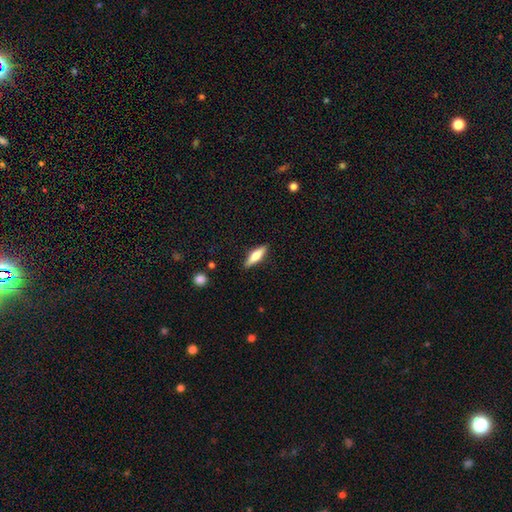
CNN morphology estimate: smooth-or-featured: smooth: 59% | featured or disk: 35% | star or artifact: 6%
  how-rounded: cigar-shaped: 60% | in between: 38% | round: 2%
  merging: none: 88% | minor disturbance: 9% | major disturbance: 2% | merger: 1%